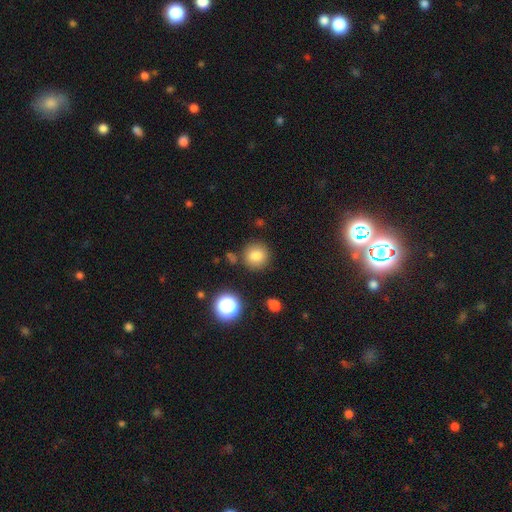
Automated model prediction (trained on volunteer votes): A smooth galaxy with no disk features (81%) that is round (91%). Merging: none (84%).